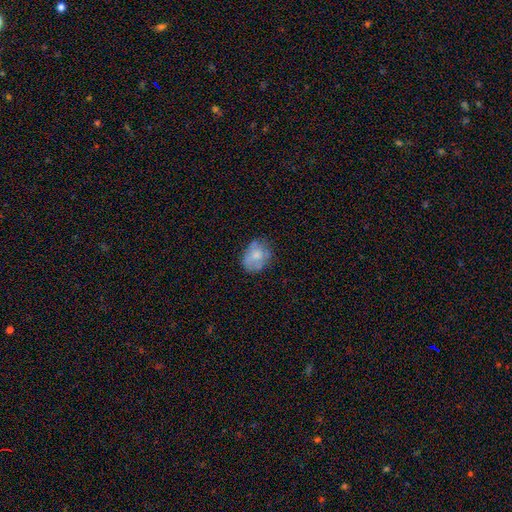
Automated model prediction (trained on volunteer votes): A smooth galaxy with no disk features (66%) that is in between round and cigar-shaped (60%).

Vote fractions:
- Smooth or featured? smooth: 66% / featured or disk: 26% / star or artifact: 8%
- How rounded? in between: 60% / round: 39% / cigar-shaped: 1%
- Merging? none: 59% / minor disturbance: 27% / major disturbance: 11% / merger: 2%